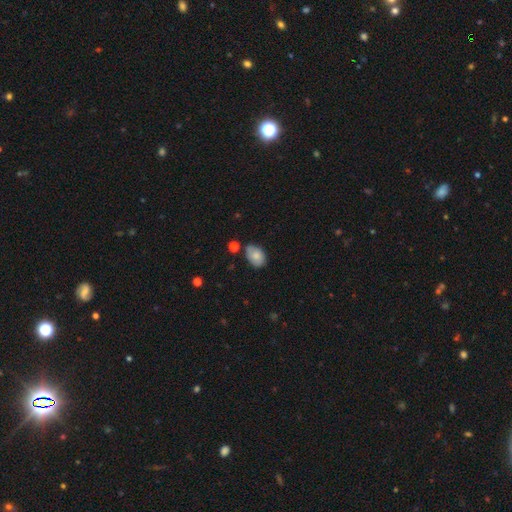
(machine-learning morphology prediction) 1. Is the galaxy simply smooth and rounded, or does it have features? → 80% smooth, 13% featured or disk, 7% star or artifact.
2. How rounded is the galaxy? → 87% in between, 12% round, 1% cigar-shaped.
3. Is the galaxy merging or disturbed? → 71% none, 20% minor disturbance, 5% merger, 4% major disturbance.